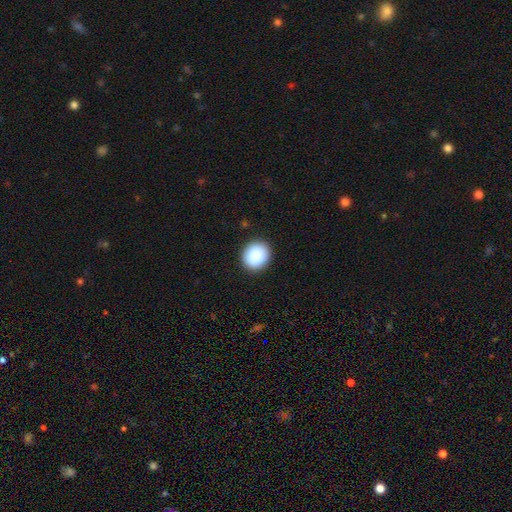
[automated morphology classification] smooth-or-featured: smooth: 89% | star or artifact: 7% | featured or disk: 3%
  how-rounded: round: 79% | in between: 20% | cigar-shaped: 1%
  merging: none: 91% | minor disturbance: 6% | major disturbance: 2% | merger: 1%